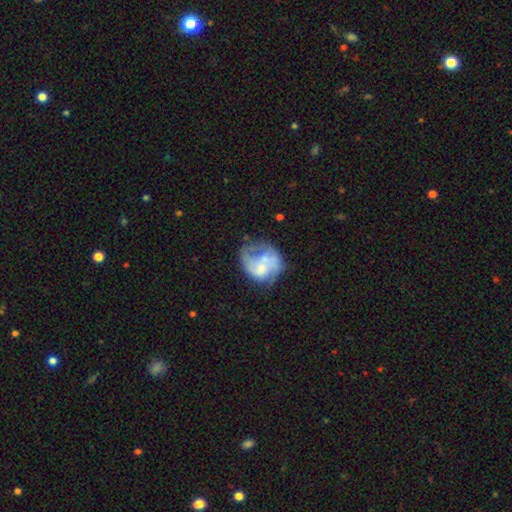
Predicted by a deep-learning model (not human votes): smooth_or_featured: featured or disk (p=0.48) [alt: smooth p=0.31]
merging: none (p=0.54) [alt: major disturbance p=0.21]